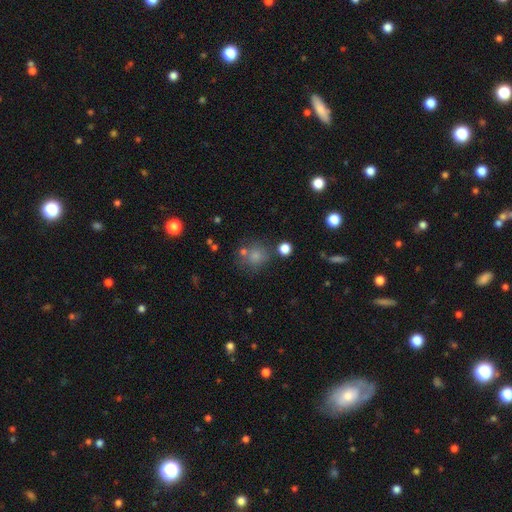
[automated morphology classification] Smooth or featured? smooth (76%)
How rounded? round (86%)
Merging? none (68%)